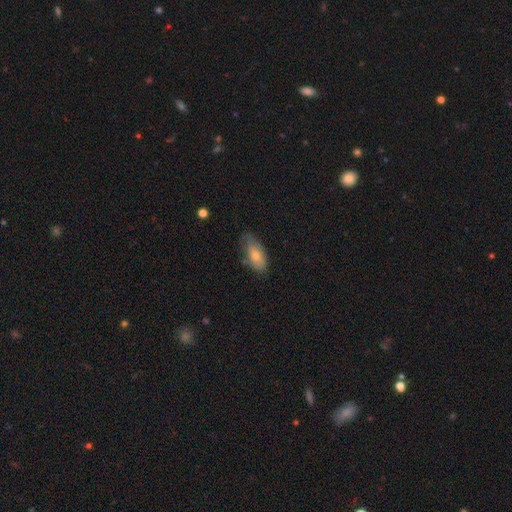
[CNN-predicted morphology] This is likely a smooth galaxy (65%). How rounded: clearly in between (83%). Merging: likely none (62%).